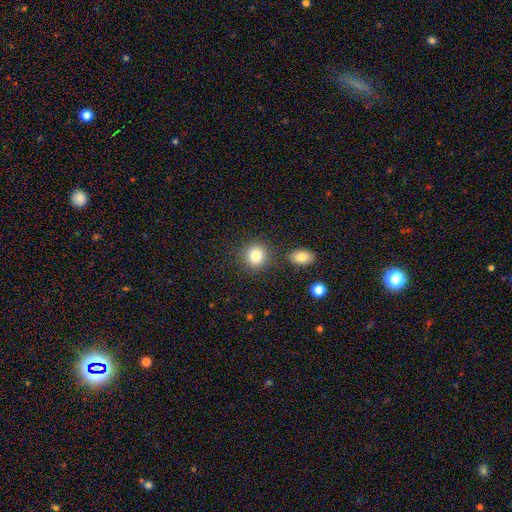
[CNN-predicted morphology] Q: Smooth or featured?
A: smooth (83%); runner-up: star or artifact (10%)
Q: How rounded?
A: round (85%); runner-up: in between (14%)
Q: Merging?
A: none (82%); runner-up: minor disturbance (9%)